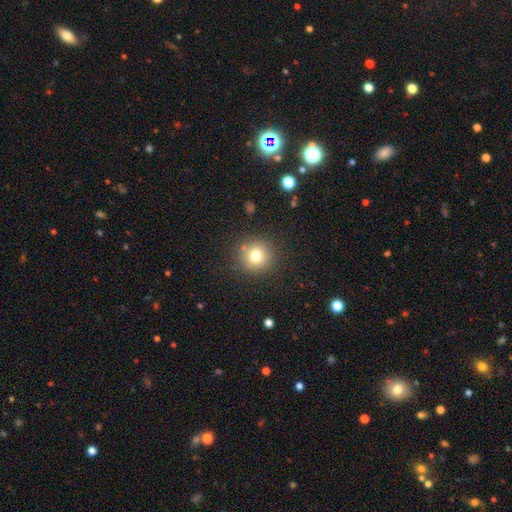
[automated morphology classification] This is likely a smooth galaxy (77%). How rounded: clearly round (93%). Merging: clearly none (87%).